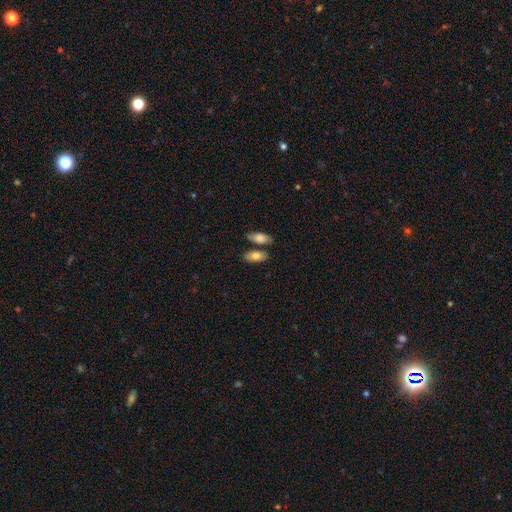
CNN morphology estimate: Smooth or featured? smooth (80%)
How rounded? in between (87%)
Merging? none (66%)